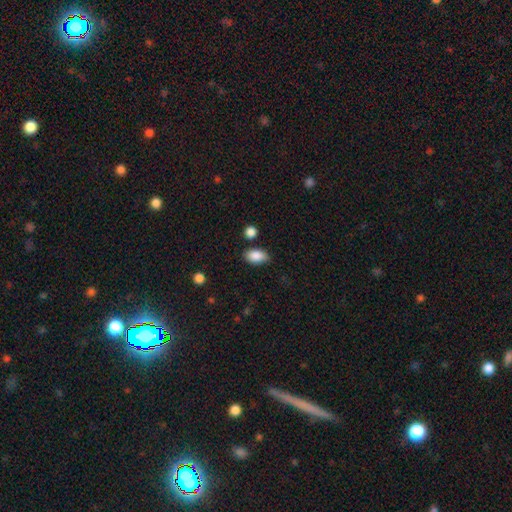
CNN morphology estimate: The model was most divided on "merging": none: 77%, minor disturbance: 15%, merger: 4%, major disturbance: 3%. More confident: how rounded — in between (90%); smooth or featured — smooth (88%).